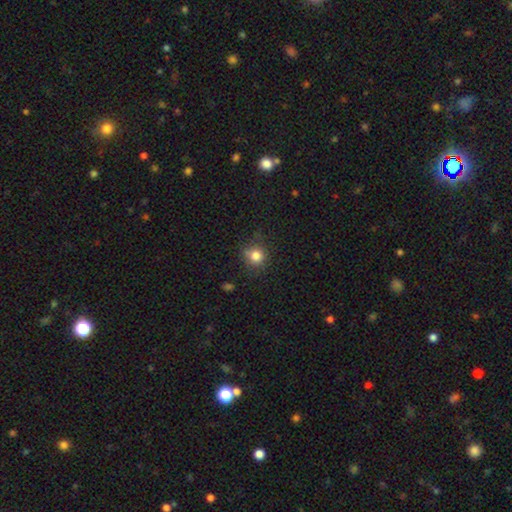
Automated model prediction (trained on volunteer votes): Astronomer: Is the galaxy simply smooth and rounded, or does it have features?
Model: smooth — 80%.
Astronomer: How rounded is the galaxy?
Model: round — 87%.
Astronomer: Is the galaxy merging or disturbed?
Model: none — 75%.